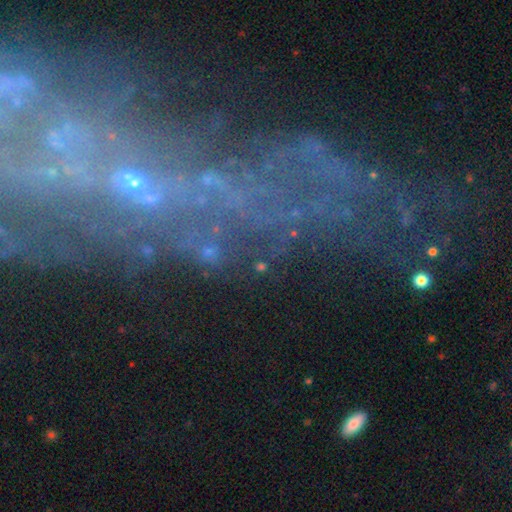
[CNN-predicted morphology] A featured or disk galaxy (53%).

Vote fractions:
- Smooth or featured? featured or disk: 53% / star or artifact: 33% / smooth: 14%
- Edge-on disk? no: 84% / yes: 16%
- Merging? none: 54% / major disturbance: 21% / minor disturbance: 17% / merger: 8%